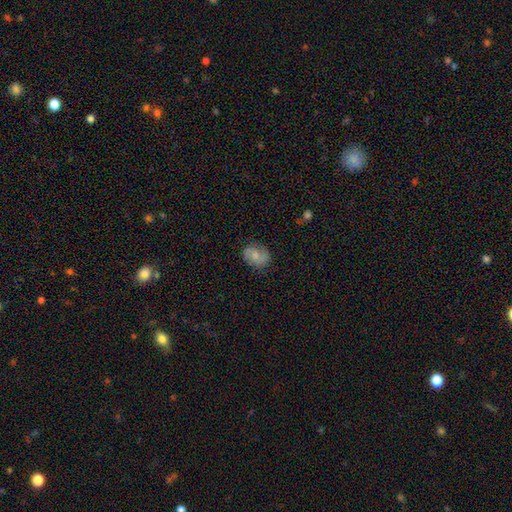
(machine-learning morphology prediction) A smooth galaxy with no disk features (55%) that is in between round and cigar-shaped (50%).

Vote fractions:
- Smooth or featured? smooth: 55% / featured or disk: 37% / star or artifact: 9%
- How rounded? in between: 50% / round: 49% / cigar-shaped: 1%
- Merging? none: 72% / minor disturbance: 20% / major disturbance: 6% / merger: 2%